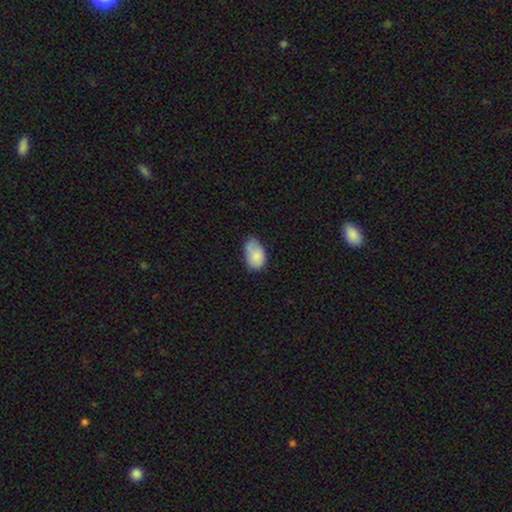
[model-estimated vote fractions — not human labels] This is clearly a smooth galaxy (83%). How rounded: clearly in between (89%). Merging: possibly none (49%).